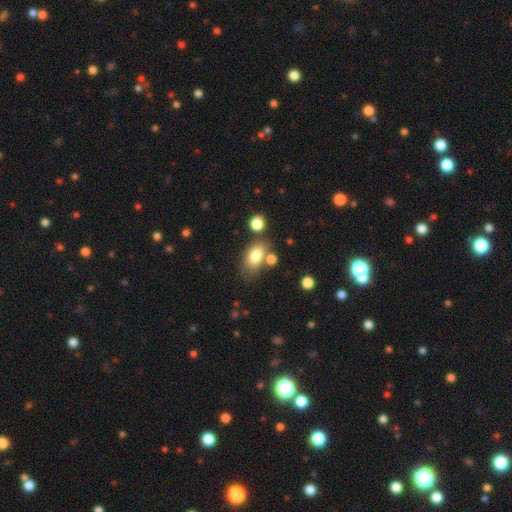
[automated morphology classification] The model was most divided on "merging": none: 58%, merger: 18%, minor disturbance: 17%, major disturbance: 7%. More confident: how rounded — in between (87%); smooth or featured — smooth (80%).